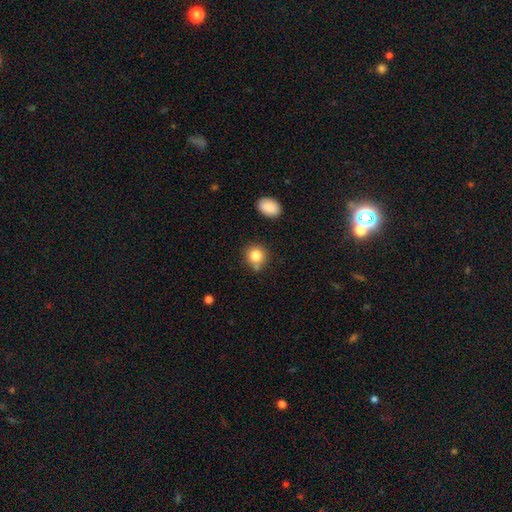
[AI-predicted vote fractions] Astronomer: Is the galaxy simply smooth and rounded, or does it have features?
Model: smooth — 82%.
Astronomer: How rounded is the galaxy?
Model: round — 86%.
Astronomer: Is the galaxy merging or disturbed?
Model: none — 71%.